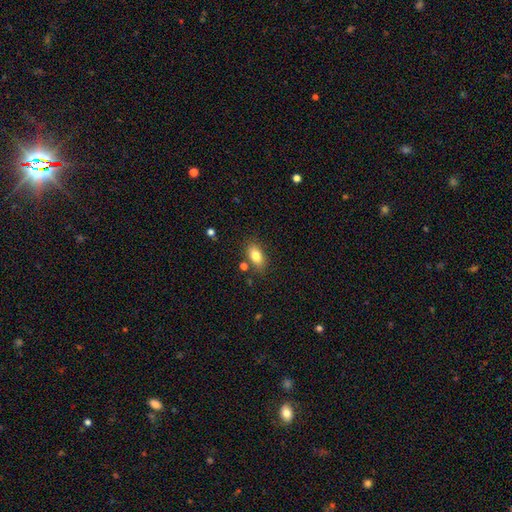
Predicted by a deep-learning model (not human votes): The model was most divided on "merging": none: 80%, minor disturbance: 12%, merger: 5%, major disturbance: 3%. More confident: how rounded — in between (89%); smooth or featured — smooth (82%).